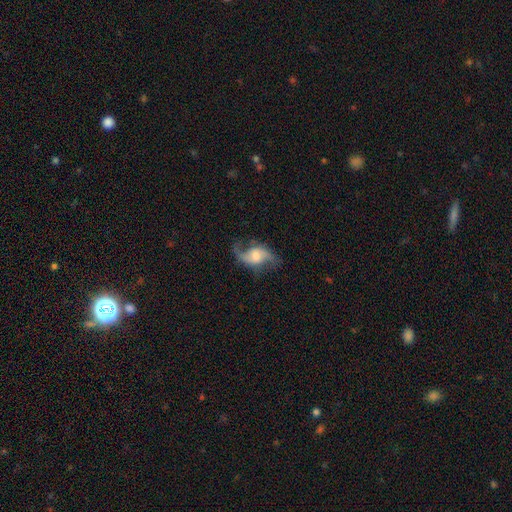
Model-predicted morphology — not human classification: type=featured or disk (79%); edge-on=no (95%); bar=no (47%); spiral arms=yes (94%); winding=loose (74%); arm count=2 (90%); bulge=moderate (43%); merging=none (67%).